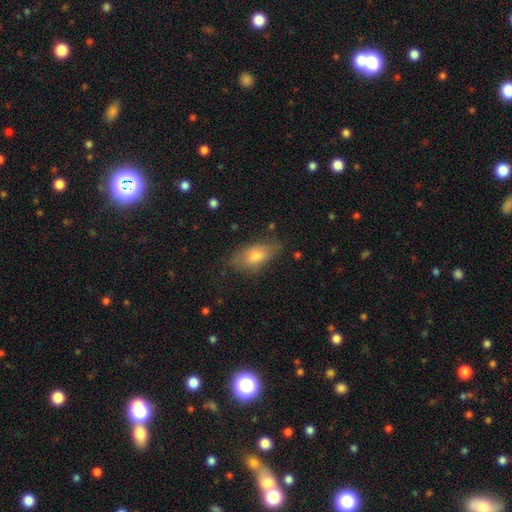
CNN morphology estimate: Smooth or featured? smooth (71%)
How rounded? in between (86%)
Merging? none (69%)